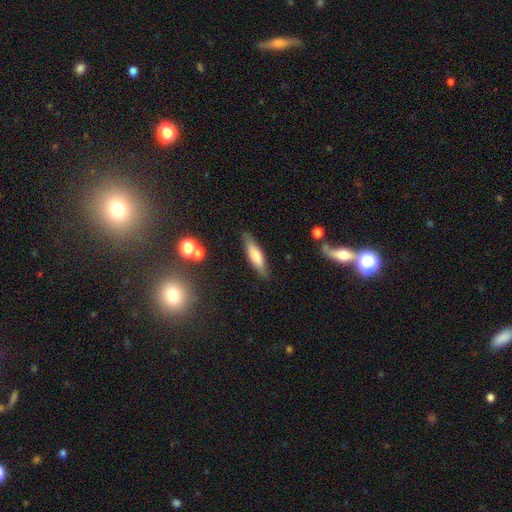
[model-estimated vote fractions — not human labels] This appears to be a smooth galaxy with no disk features (66%) that is cigar-shaped (70%). Merging: none (83%).